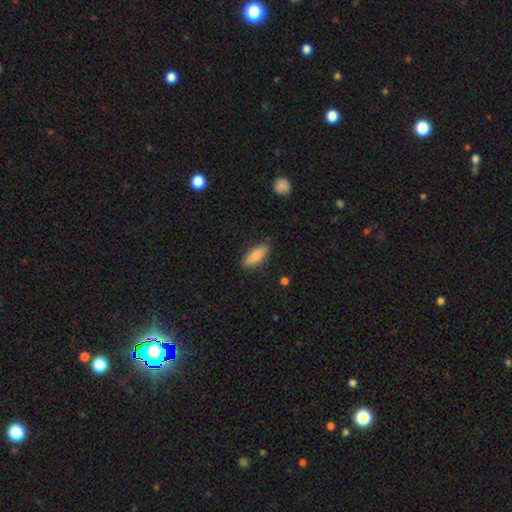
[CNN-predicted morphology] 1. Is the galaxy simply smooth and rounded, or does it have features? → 86% smooth, 8% featured or disk, 6% star or artifact.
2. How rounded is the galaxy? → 72% in between, 26% cigar-shaped, 2% round.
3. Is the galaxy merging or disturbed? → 84% none, 12% minor disturbance, 3% major disturbance, 1% merger.